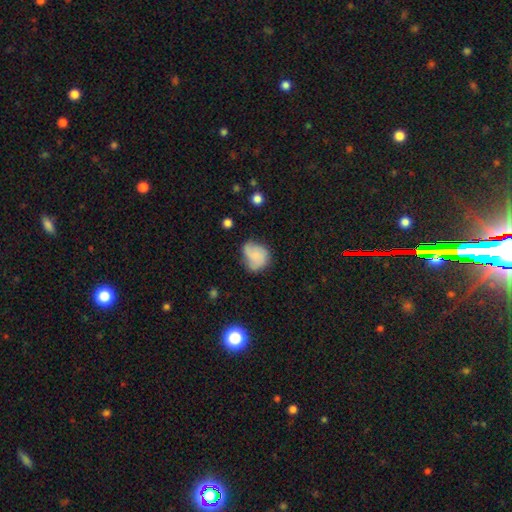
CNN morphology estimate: Smooth or featured: smooth — 65% (featured or disk — 26%)
How rounded: round — 53% (in between — 46%)
Merging: none — 40% (minor disturbance — 36%)